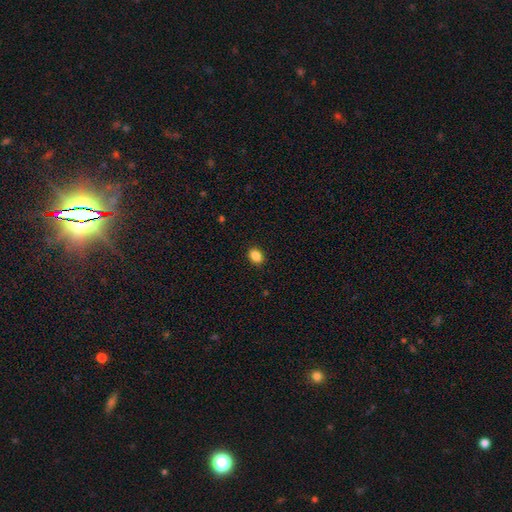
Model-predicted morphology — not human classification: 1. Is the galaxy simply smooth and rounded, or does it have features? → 87% smooth, 9% star or artifact, 3% featured or disk.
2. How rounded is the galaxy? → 67% in between, 32% round, 1% cigar-shaped.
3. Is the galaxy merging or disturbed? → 91% none, 7% minor disturbance, 2% major disturbance, 1% merger.